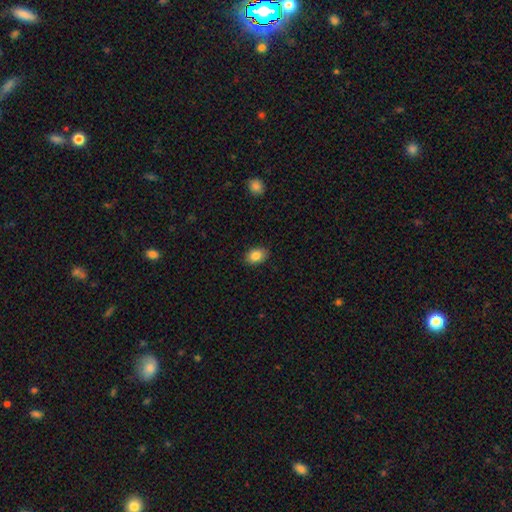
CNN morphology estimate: Q: Smooth or featured?
A: smooth (86%); runner-up: star or artifact (9%)
Q: How rounded?
A: in between (71%); runner-up: round (28%)
Q: Merging?
A: none (88%); runner-up: minor disturbance (9%)